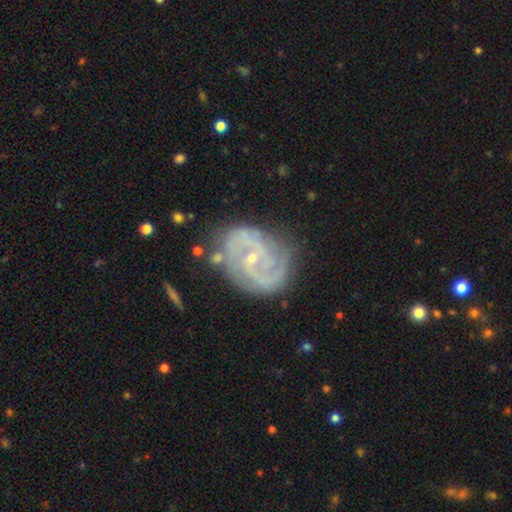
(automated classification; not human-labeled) Overall: featured or disk (85%). Edge-on disk: no (97%). Bar: no (50%; weak 38%). Spiral arms: yes (96%). Spiral arm count: 2 (55%; 3 16%). Spiral winding: tight (51%; medium 39%). Bulge size: small (76%). Merging: none (72%).